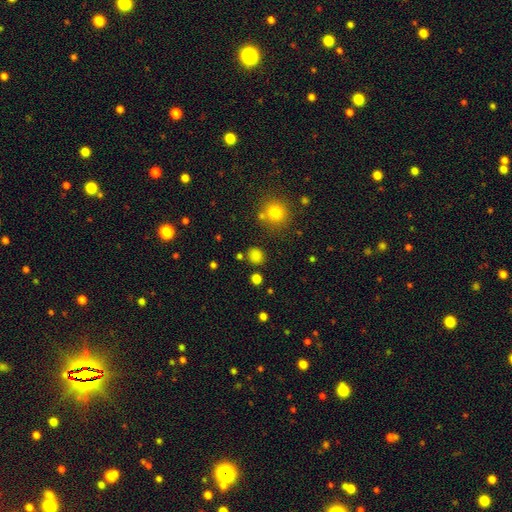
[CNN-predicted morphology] Q: Smooth or featured?
A: smooth (79%); runner-up: star or artifact (17%)
Q: How rounded?
A: round (76%); runner-up: in between (23%)
Q: Merging?
A: none (83%); runner-up: minor disturbance (9%)